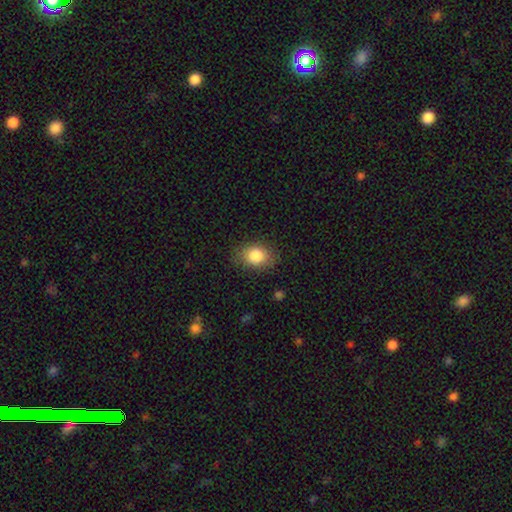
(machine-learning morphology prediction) smooth-or-featured: smooth: 84% | star or artifact: 9% | featured or disk: 8%
  how-rounded: in between: 65% | round: 34% | cigar-shaped: 1%
  merging: none: 80% | minor disturbance: 14% | major disturbance: 4% | merger: 1%